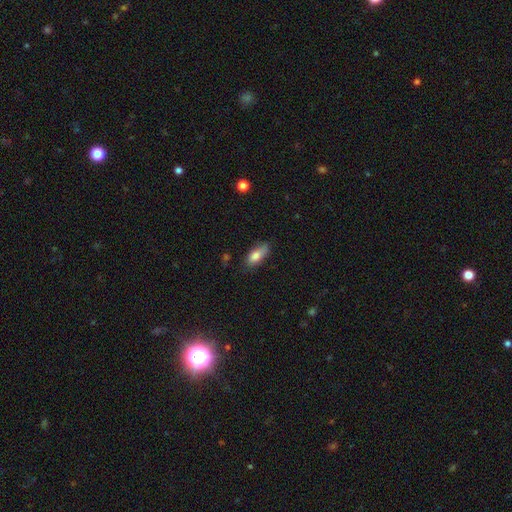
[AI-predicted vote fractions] A smooth galaxy with no disk features (80%) that is in between round and cigar-shaped (80%). Merging: none (69%).